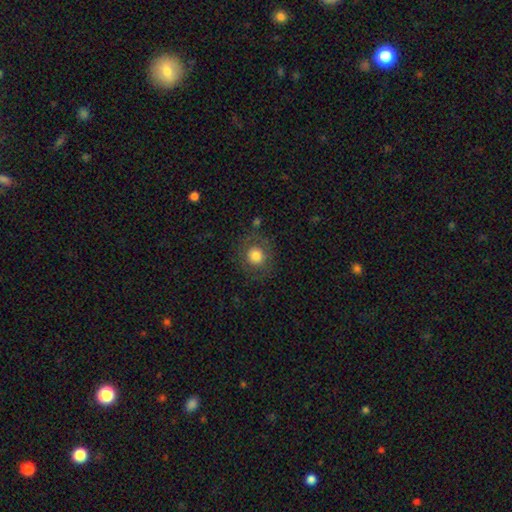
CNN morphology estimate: A smooth galaxy with no disk features (77%) that is round (89%).

Vote fractions:
- Smooth or featured? smooth: 77% / featured or disk: 14% / star or artifact: 10%
- How rounded? round: 89% / in between: 11% / cigar-shaped: 1%
- Merging? none: 80% / minor disturbance: 12% / major disturbance: 6% / merger: 2%